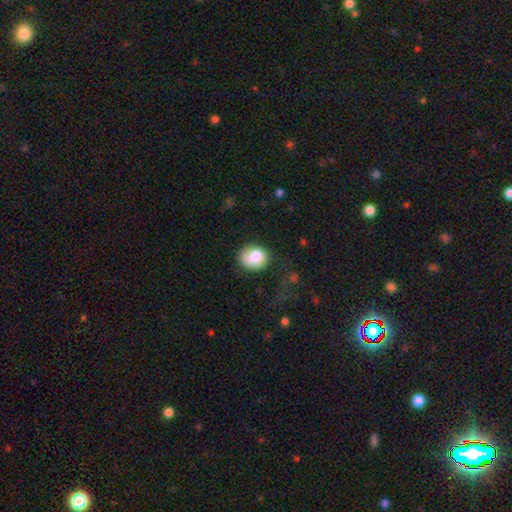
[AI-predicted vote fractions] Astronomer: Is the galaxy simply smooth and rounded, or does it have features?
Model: smooth — 79%.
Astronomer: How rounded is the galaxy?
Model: round — 61% (runner-up: in between, 38%).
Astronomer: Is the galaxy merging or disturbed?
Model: none — 59%.